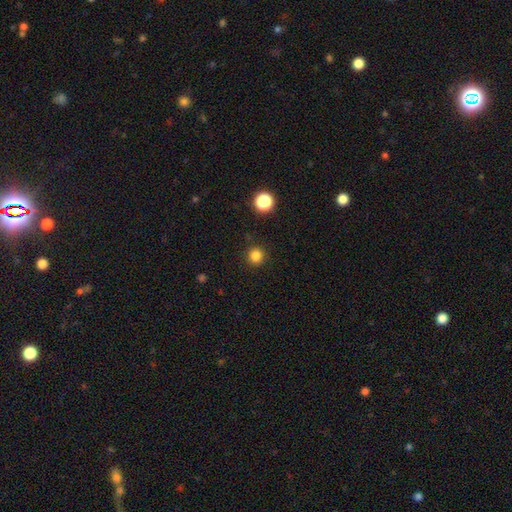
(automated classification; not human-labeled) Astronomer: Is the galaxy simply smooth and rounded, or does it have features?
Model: smooth — 83%.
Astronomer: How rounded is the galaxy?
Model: round — 95%.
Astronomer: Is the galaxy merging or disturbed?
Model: none — 91%.